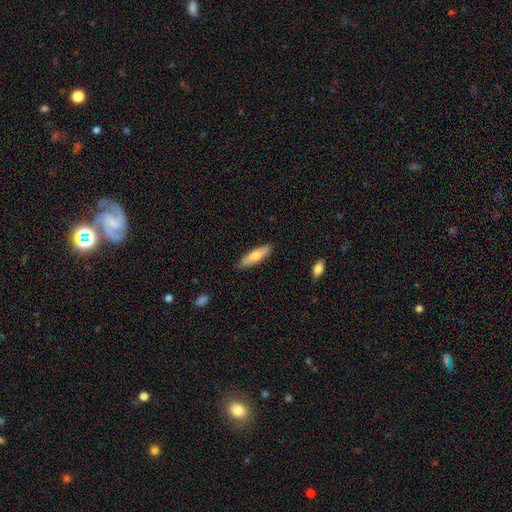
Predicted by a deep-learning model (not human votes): Overall: smooth (70%). How rounded: cigar-shaped (62%; in between 37%). Merging: none (88%).